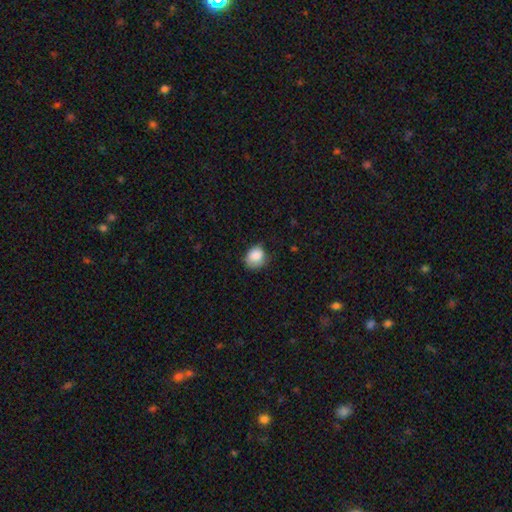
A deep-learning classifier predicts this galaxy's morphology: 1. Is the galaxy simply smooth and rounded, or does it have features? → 87% smooth, 8% star or artifact, 5% featured or disk.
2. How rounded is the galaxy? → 55% round, 44% in between, 1% cigar-shaped.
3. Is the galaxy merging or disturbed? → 58% none, 33% minor disturbance, 8% major disturbance, 1% merger.